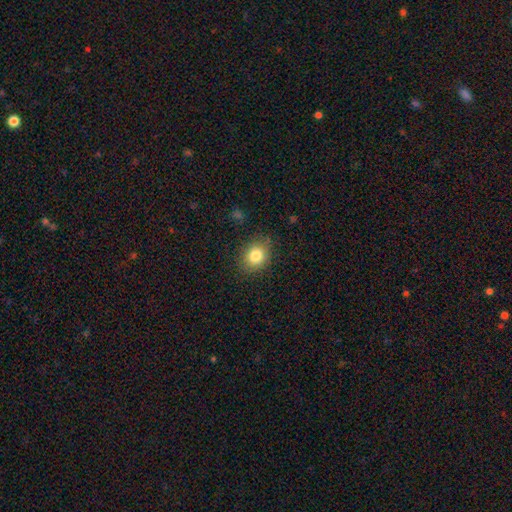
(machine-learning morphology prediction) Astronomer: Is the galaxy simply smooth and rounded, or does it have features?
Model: smooth — 82%.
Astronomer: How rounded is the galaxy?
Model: round — 57% (runner-up: in between, 42%).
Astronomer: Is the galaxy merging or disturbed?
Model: none — 82%.